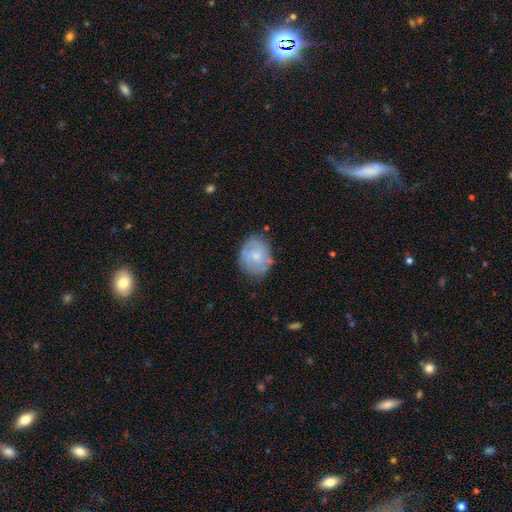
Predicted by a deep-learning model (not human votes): Smooth or featured: smooth — 55% (featured or disk — 38%)
How rounded: round — 59% (in between — 40%)
Merging: none — 70% (minor disturbance — 22%)